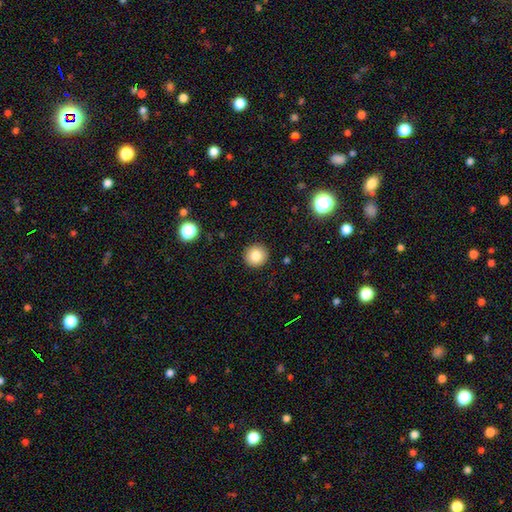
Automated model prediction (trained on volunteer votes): smooth 82%, star or artifact 10%, featured or disk 7%. Down the decision tree: how rounded — round (94%); merging — none (92%).